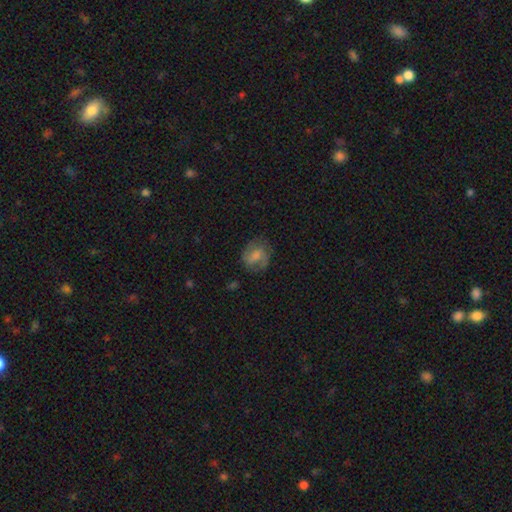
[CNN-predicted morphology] smooth_or_featured: featured or disk (p=0.54) [alt: smooth p=0.38]
disk_edge_on: no (p=0.97) [alt: yes p=0.03]
bar: weak (p=0.49) [alt: no p=0.31]
has_spiral_arms: yes (p=0.85) [alt: no p=0.15]
bulge_size: none (p=0.33) [alt: moderate p=0.29]
merging: none (p=0.68) [alt: minor disturbance p=0.20]